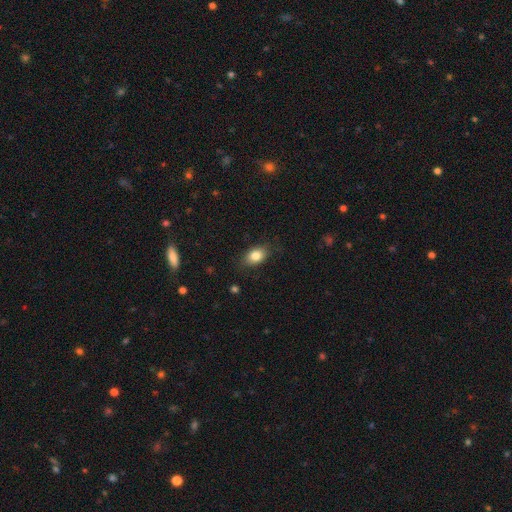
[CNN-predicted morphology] This appears to be a smooth galaxy with no disk features (83%) that is in between round and cigar-shaped (79%). Merging: none (80%).